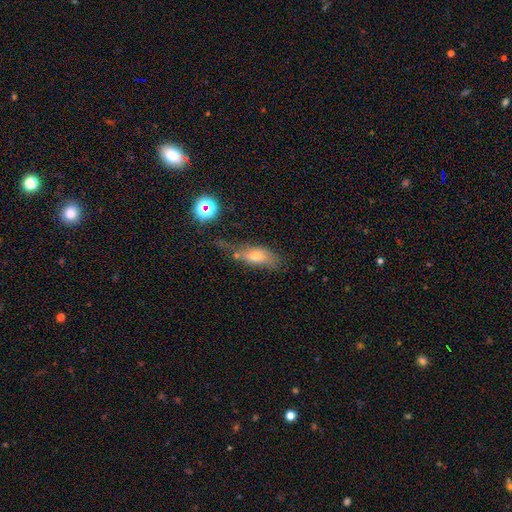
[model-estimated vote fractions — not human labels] Smooth or featured?
  - smooth: 64% *
  - featured or disk: 24%
  - star or artifact: 12%
How rounded?
  - in between: 75% *
  - cigar-shaped: 20%
  - round: 6%
Merging?
  - none: 43% *
  - minor disturbance: 27%
  - major disturbance: 17%
  - merger: 14%